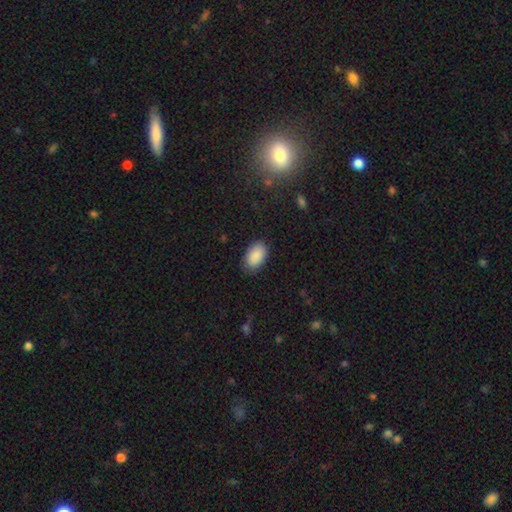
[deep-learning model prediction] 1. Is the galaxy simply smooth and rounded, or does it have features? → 90% smooth, 6% star or artifact, 3% featured or disk.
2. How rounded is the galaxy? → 93% in between, 5% round, 1% cigar-shaped.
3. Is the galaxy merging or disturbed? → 85% none, 11% minor disturbance, 3% major disturbance, 1% merger.